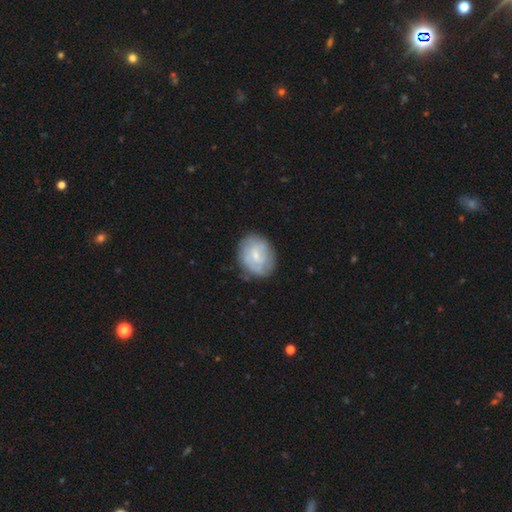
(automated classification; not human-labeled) Overall: featured or disk (48%; smooth 46%). Merging: none (75%).